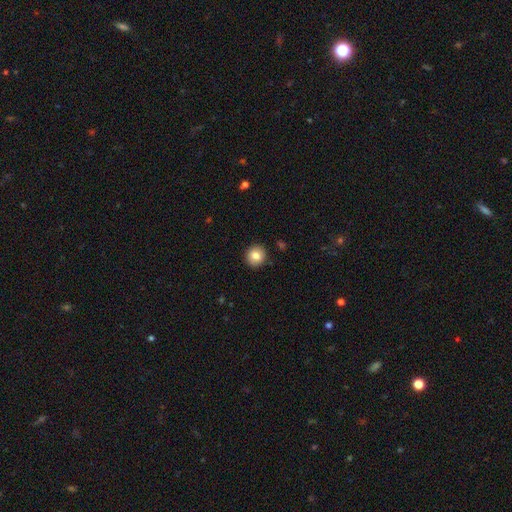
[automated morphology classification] smooth_or_featured: smooth (p=0.82) [alt: star or artifact p=0.09]
how_rounded: round (p=0.91) [alt: in between p=0.08]
merging: none (p=0.91) [alt: minor disturbance p=0.06]